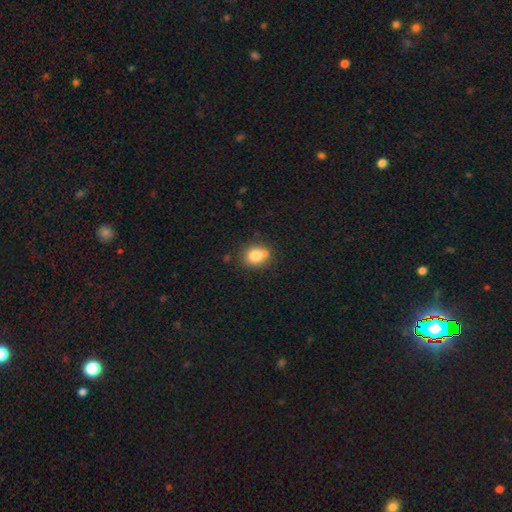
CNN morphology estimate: smooth-or-featured: smooth: 78% | featured or disk: 11% | star or artifact: 10%
  how-rounded: round: 69% | in between: 30% | cigar-shaped: 1%
  merging: none: 61% | merger: 19% | minor disturbance: 15% | major disturbance: 4%